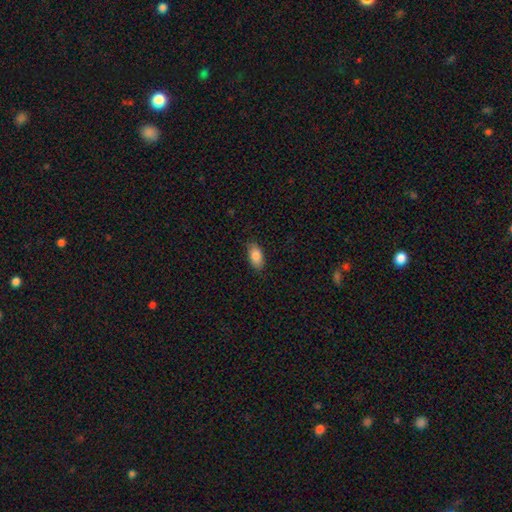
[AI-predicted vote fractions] Q: Smooth or featured?
A: smooth (86%); runner-up: star or artifact (7%)
Q: How rounded?
A: in between (92%); runner-up: cigar-shaped (4%)
Q: Merging?
A: none (85%); runner-up: minor disturbance (12%)